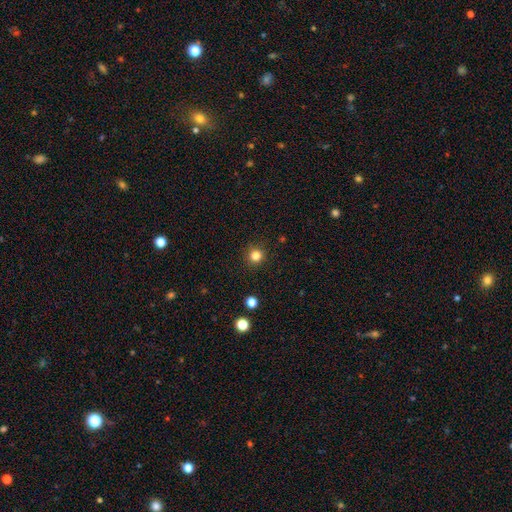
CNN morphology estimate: Overall: smooth (83%). How rounded: round (94%). Merging: none (91%).